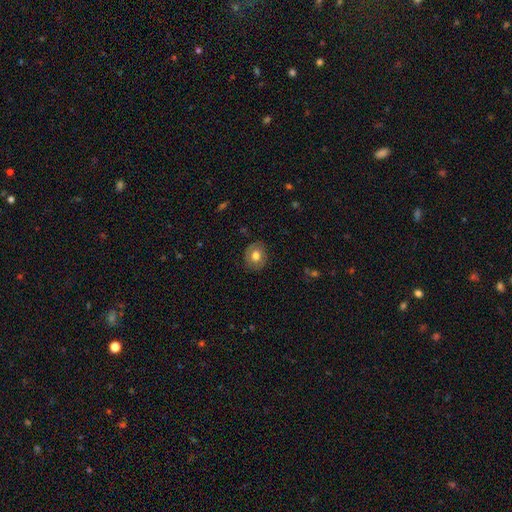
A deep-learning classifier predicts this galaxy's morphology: A smooth galaxy with no disk features (69%) that is round (67%).

Vote fractions:
- Smooth or featured? smooth: 69% / featured or disk: 23% / star or artifact: 8%
- How rounded? round: 67% / in between: 32% / cigar-shaped: 1%
- Merging? none: 85% / minor disturbance: 11% / major disturbance: 3% / merger: 1%